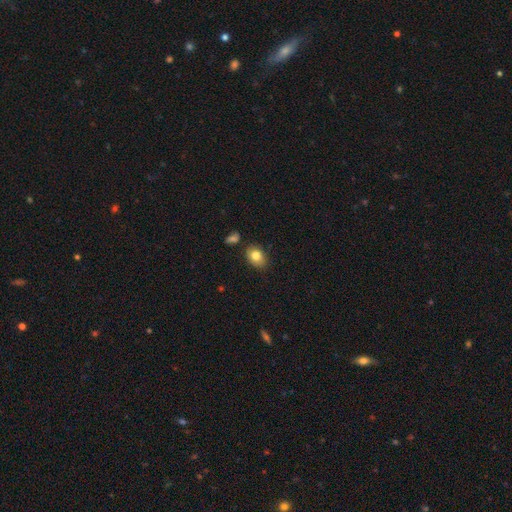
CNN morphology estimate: type=smooth (82%); roundness=in between (74%); merging=none (82%).